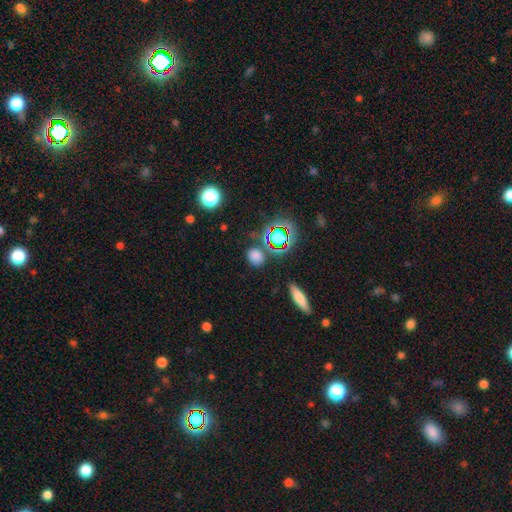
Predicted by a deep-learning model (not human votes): Smooth or featured? smooth (70%)
How rounded? round (75%)
Merging? none (81%)